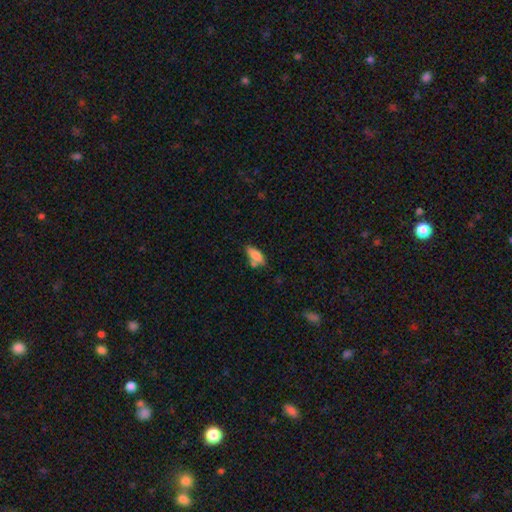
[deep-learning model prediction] A smooth galaxy with no disk features (79%) that is in between round and cigar-shaped (74%). Merging: none (57%).